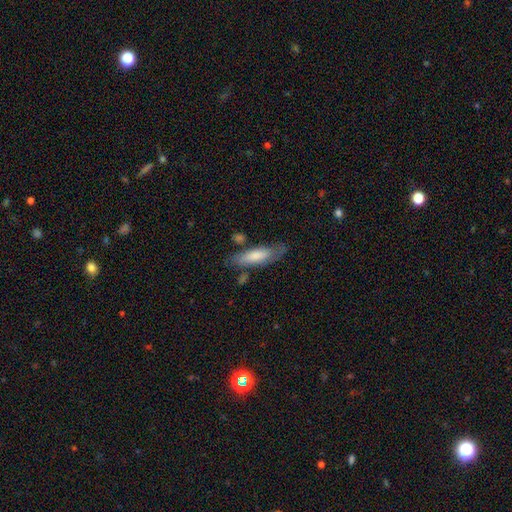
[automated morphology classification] The model was most divided on "how rounded": cigar-shaped: 50%, in between: 48%, round: 2%. More confident: smooth or featured — smooth (68%); merging — none (66%).